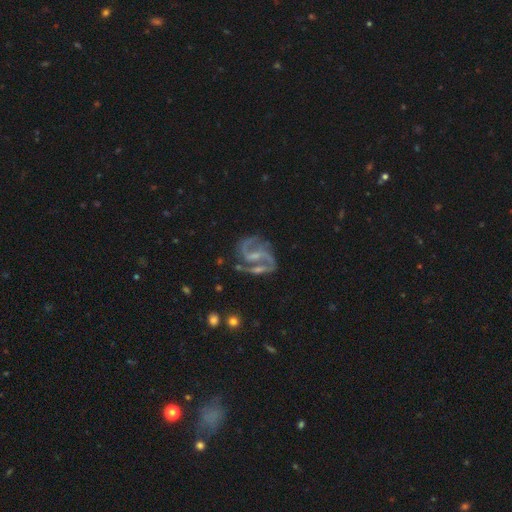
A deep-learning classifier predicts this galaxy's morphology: Smooth or featured: featured or disk — 91% (star or artifact — 5%)
Edge-on disk: no — 98% (yes — 2%)
Bar: weak — 44% (strong — 37%)
Spiral arms: yes — 97% (no — 3%)
Spiral winding: medium — 59% (loose — 24%)
Spiral arm count: 2 — 86% (3 — 6%)
Bulge size: small — 54% (moderate — 23%)
Merging: none — 62% (minor disturbance — 19%)